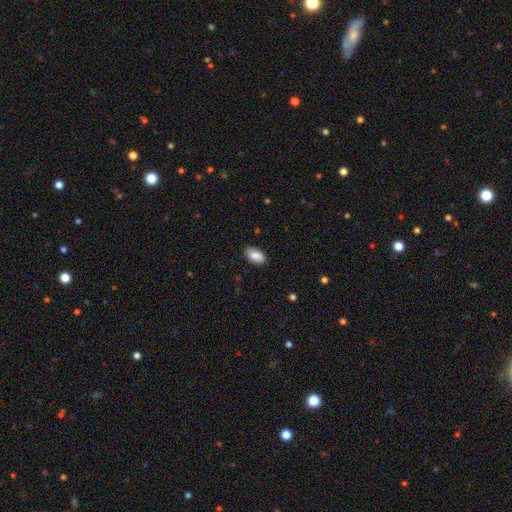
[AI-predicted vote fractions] Morphology: type=smooth (87%); roundness=in between (93%); merging=none (86%).